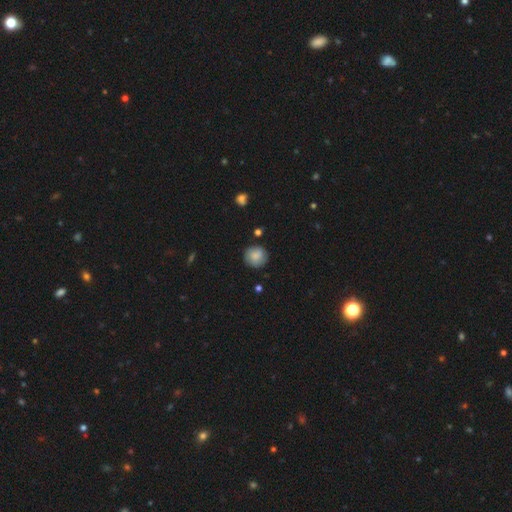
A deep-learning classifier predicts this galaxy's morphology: Smooth or featured?
  - smooth: 83% *
  - featured or disk: 9%
  - star or artifact: 8%
How rounded?
  - round: 89% *
  - in between: 10%
  - cigar-shaped: 1%
Merging?
  - none: 84% *
  - minor disturbance: 12%
  - major disturbance: 3%
  - merger: 2%